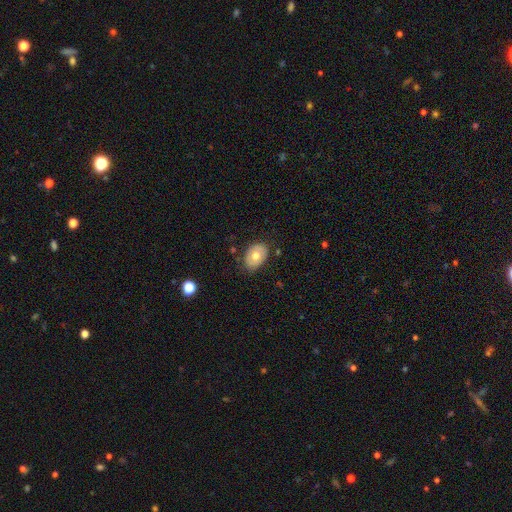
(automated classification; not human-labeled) smooth 65%, featured or disk 28%, star or artifact 7%. Down the decision tree: how rounded — in between (76%); merging — none (78%).